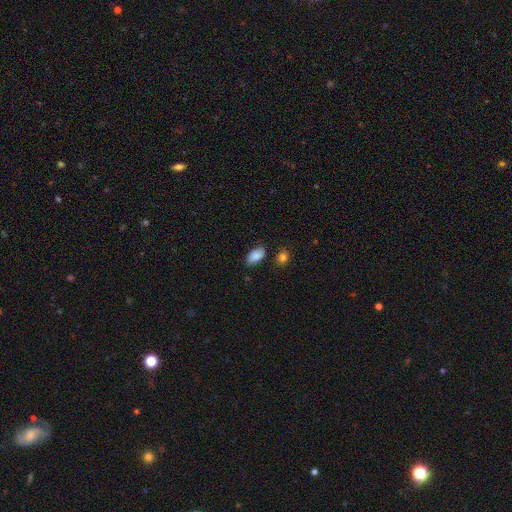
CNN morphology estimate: Smooth or featured: smooth — 86% (star or artifact — 8%)
How rounded: in between — 93% (round — 4%)
Merging: none — 76% (minor disturbance — 18%)